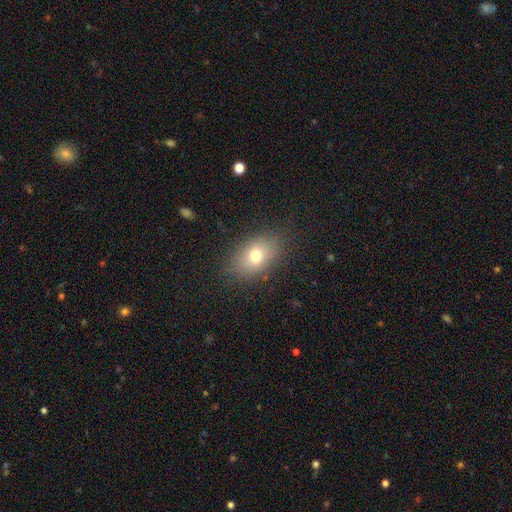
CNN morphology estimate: Smooth or featured?
  - smooth: 72% *
  - featured or disk: 16%
  - star or artifact: 12%
How rounded?
  - in between: 80% *
  - round: 18%
  - cigar-shaped: 2%
Merging?
  - none: 86% *
  - minor disturbance: 10%
  - major disturbance: 3%
  - merger: 1%